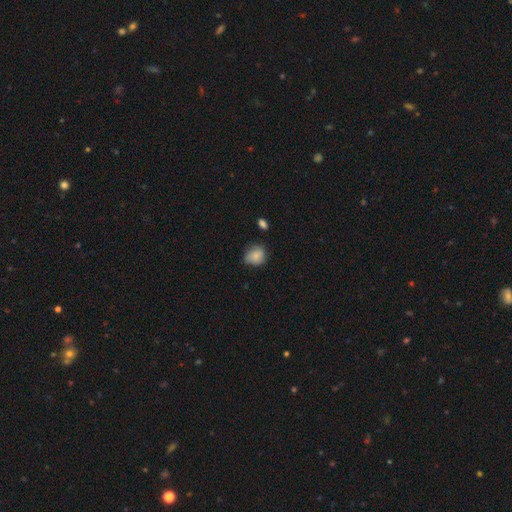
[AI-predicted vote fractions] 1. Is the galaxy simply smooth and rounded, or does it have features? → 78% smooth, 13% featured or disk, 8% star or artifact.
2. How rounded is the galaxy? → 69% round, 30% in between, 1% cigar-shaped.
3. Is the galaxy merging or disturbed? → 60% none, 32% minor disturbance, 6% major disturbance, 2% merger.